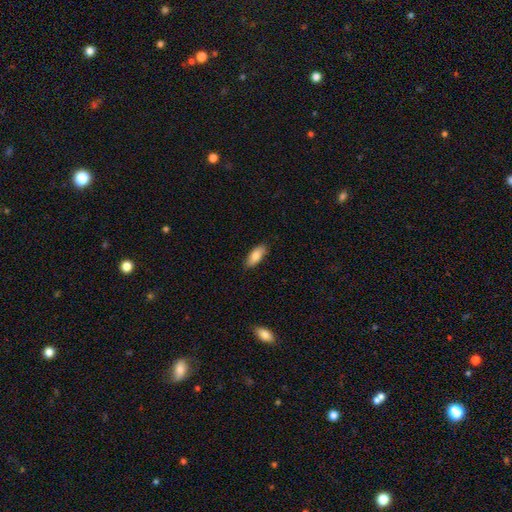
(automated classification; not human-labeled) Smooth or featured? smooth (84%)
How rounded? in between (81%)
Merging? none (86%)